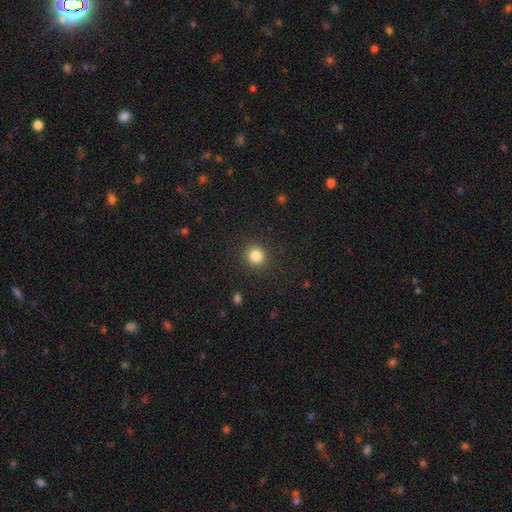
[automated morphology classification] Q: Smooth or featured?
A: smooth (84%); runner-up: star or artifact (11%)
Q: How rounded?
A: round (93%); runner-up: in between (6%)
Q: Merging?
A: none (91%); runner-up: minor disturbance (6%)